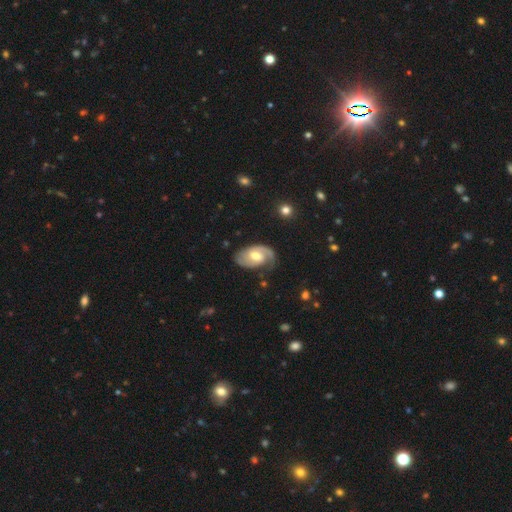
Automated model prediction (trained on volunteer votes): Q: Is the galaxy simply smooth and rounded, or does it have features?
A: featured or disk — 81%.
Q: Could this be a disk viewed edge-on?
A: no — 96%.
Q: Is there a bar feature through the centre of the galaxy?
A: no — 48%.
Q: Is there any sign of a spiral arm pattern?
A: yes — 94%.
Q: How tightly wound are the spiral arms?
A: tight — 42%, tied with medium.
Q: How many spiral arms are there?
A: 2 — 60%.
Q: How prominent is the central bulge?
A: moderate — 69%.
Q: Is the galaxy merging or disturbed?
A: none — 68%.